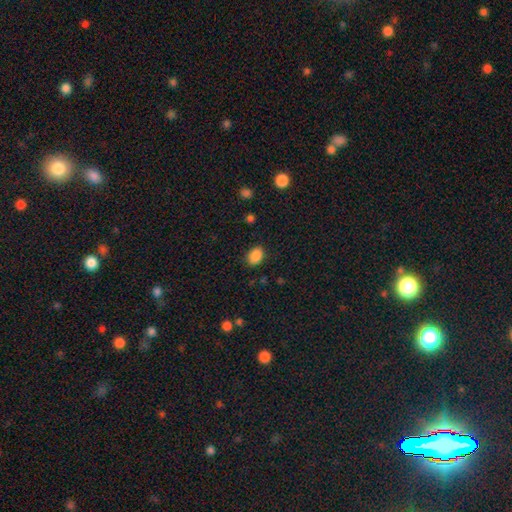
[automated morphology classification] This appears to be a smooth galaxy with no disk features (88%) that is in between round and cigar-shaped (79%). Merging: none (85%).